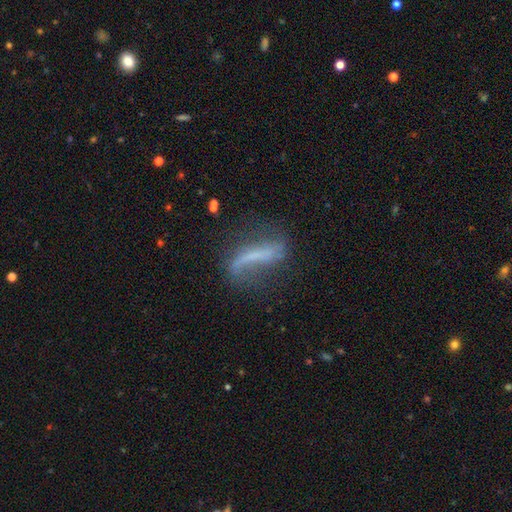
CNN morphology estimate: type=featured or disk (63%); edge-on=no (81%); bar=strong (48%); spiral arms=yes (71%); bulge=none (58%); merging=none (50%).